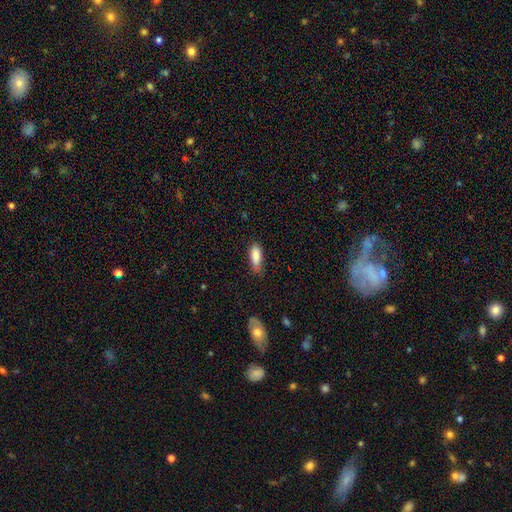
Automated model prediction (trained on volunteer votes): smooth-or-featured: smooth: 85% | featured or disk: 8% | star or artifact: 7%
  how-rounded: in between: 68% | cigar-shaped: 30% | round: 2%
  merging: none: 56% | minor disturbance: 34% | major disturbance: 8% | merger: 2%